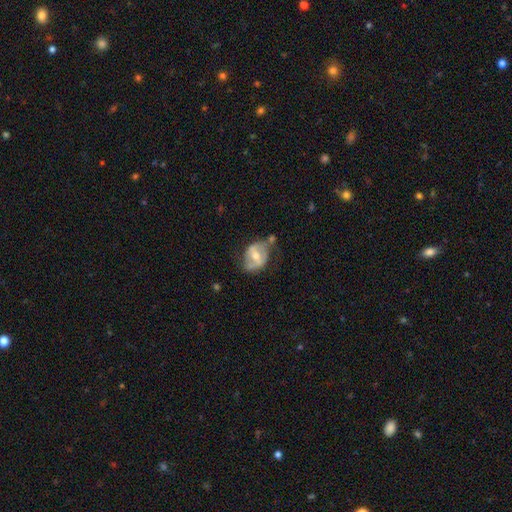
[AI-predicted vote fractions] smooth-or-featured: featured or disk: 65% | smooth: 29% | star or artifact: 6%
  disk-edge-on: no: 95% | yes: 5%
    bar: weak: 40% | strong: 38% | no: 22%
    has-spiral-arms: yes: 56% | no: 44%
    bulge-size: moderate: 68% | small: 25% | large: 5% | none: 2% | dominant: 1%
  merging: none: 49% | minor disturbance: 28% | major disturbance: 14% | merger: 9%